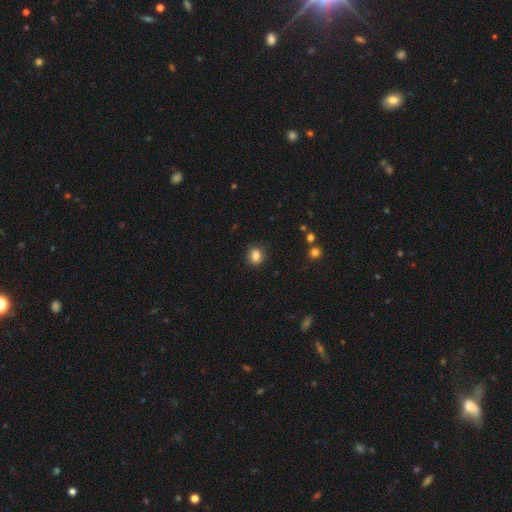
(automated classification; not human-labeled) A smooth galaxy with no disk features (83%) that is round (65%).

Vote fractions:
- Smooth or featured? smooth: 83% / star or artifact: 10% / featured or disk: 6%
- How rounded? round: 65% / in between: 34% / cigar-shaped: 1%
- Merging? none: 86% / minor disturbance: 10% / major disturbance: 3% / merger: 1%